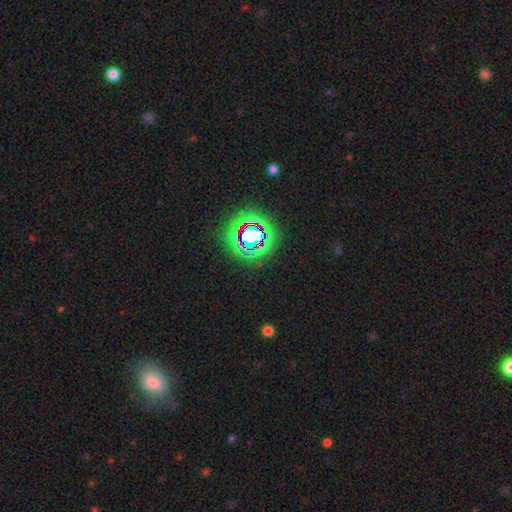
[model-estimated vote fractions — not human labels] Smooth or featured?
  - star or artifact: 78% *
  - smooth: 13%
  - featured or disk: 8%